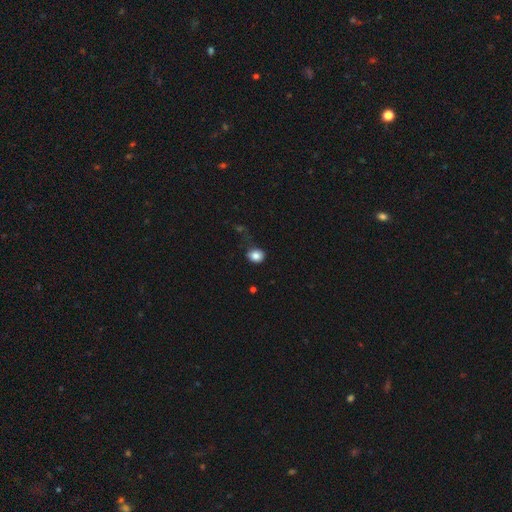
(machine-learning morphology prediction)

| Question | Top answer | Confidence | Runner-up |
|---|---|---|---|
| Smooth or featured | smooth | 83% | star or artifact (10%) |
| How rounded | round | 63% | in between (36%) |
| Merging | none | 63% | minor disturbance (25%) |